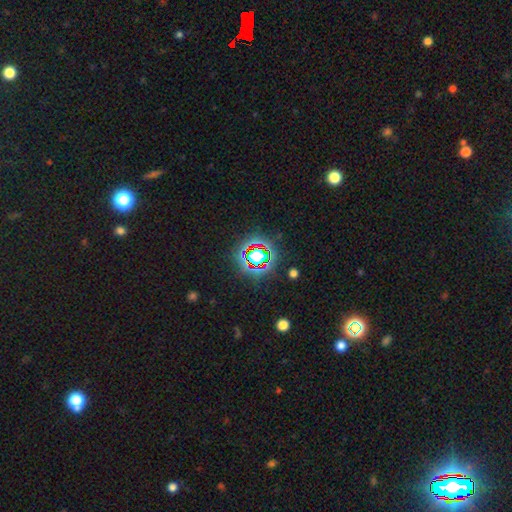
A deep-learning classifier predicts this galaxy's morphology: Smooth or featured: star or artifact — 70% (smooth — 19%)